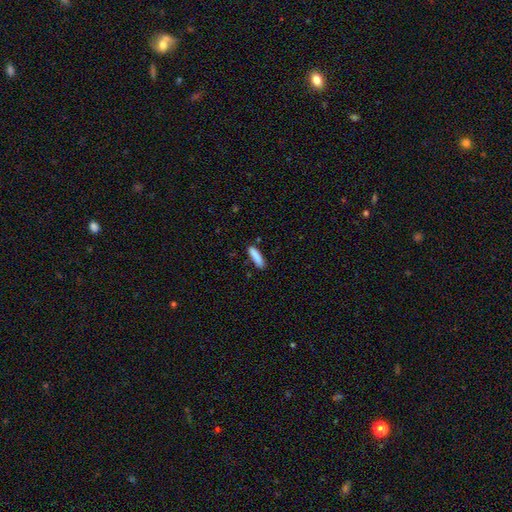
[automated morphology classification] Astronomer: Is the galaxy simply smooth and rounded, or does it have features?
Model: smooth — 87%.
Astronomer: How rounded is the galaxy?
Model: cigar-shaped — 71%.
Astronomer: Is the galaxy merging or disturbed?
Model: none — 83%.